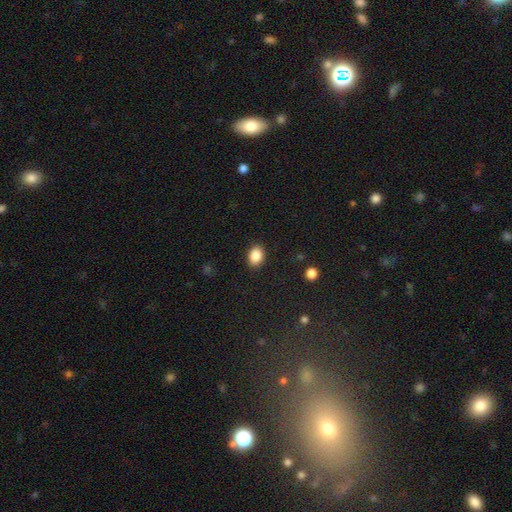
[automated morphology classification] smooth-or-featured: smooth: 87% | star or artifact: 8% | featured or disk: 4%
  how-rounded: in between: 69% | round: 30% | cigar-shaped: 1%
  merging: none: 88% | minor disturbance: 8% | major disturbance: 2% | merger: 1%